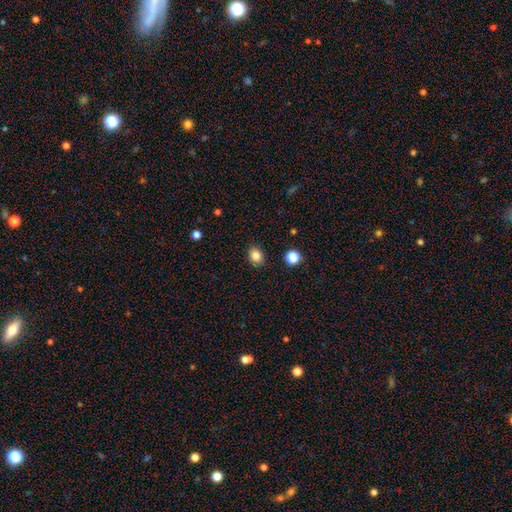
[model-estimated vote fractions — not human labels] smooth 84%, star or artifact 11%, featured or disk 5%. Down the decision tree: how rounded — round (52%); merging — none (88%).